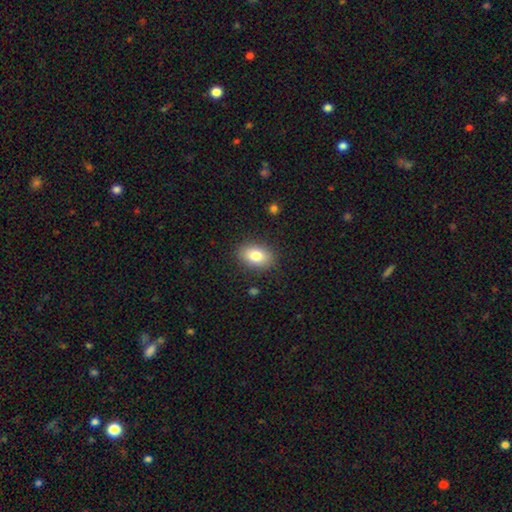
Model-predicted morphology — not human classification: Smooth or featured? Predicted: smooth (p=0.82). How rounded? Predicted: in between (p=0.85). Merging? Predicted: none (p=0.87).